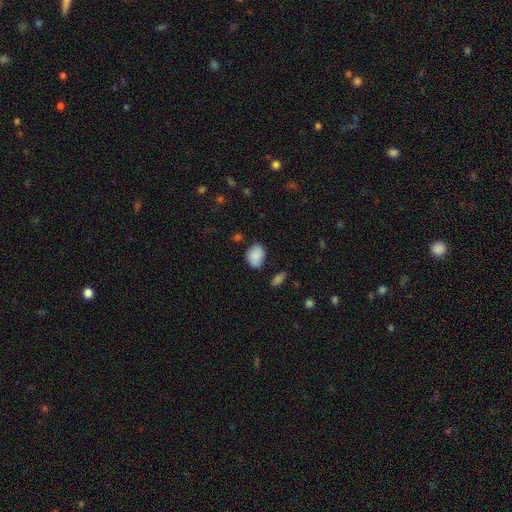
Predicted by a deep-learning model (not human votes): Smooth or featured? smooth (85%)
How rounded? in between (70%)
Merging? none (71%)